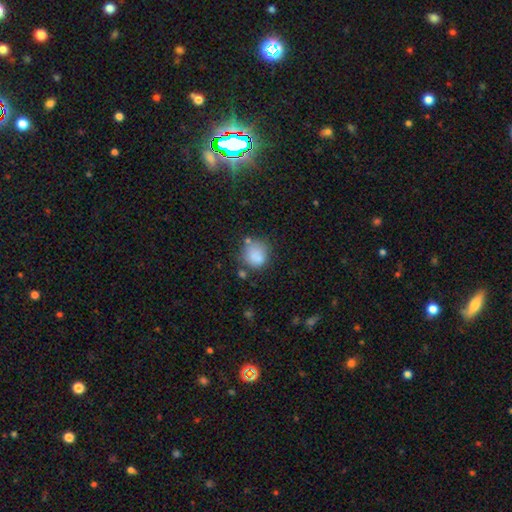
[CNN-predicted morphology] This is likely a smooth galaxy (80%). How rounded: likely round (78%). Merging: possibly none (58%).